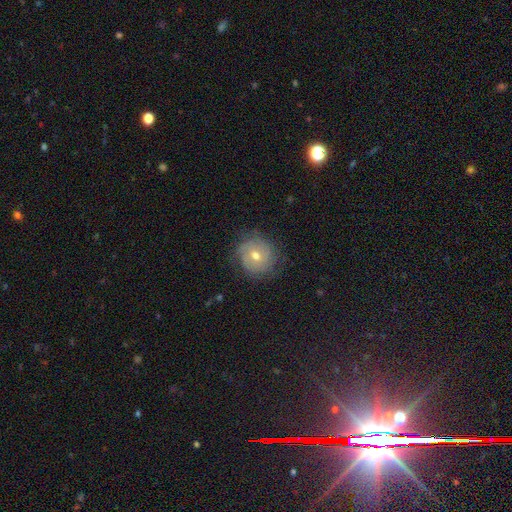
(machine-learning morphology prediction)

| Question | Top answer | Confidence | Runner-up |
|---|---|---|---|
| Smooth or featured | featured or disk | 52% | smooth (38%) |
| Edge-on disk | no | 96% | yes (4%) |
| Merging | none | 76% | minor disturbance (17%) |